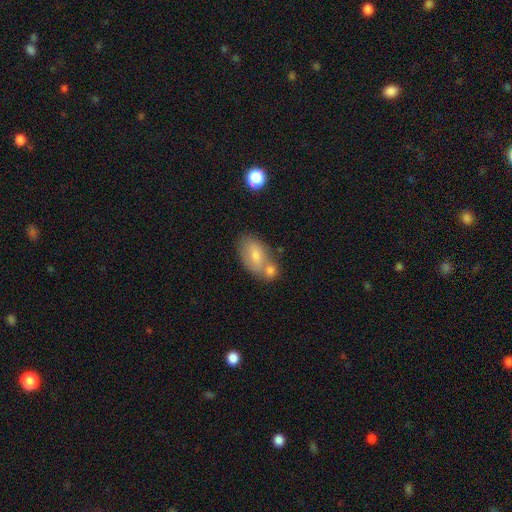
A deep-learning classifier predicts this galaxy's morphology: Smooth or featured: smooth — 73% (featured or disk — 20%)
How rounded: in between — 91% (round — 6%)
Merging: none — 43% (merger — 37%)